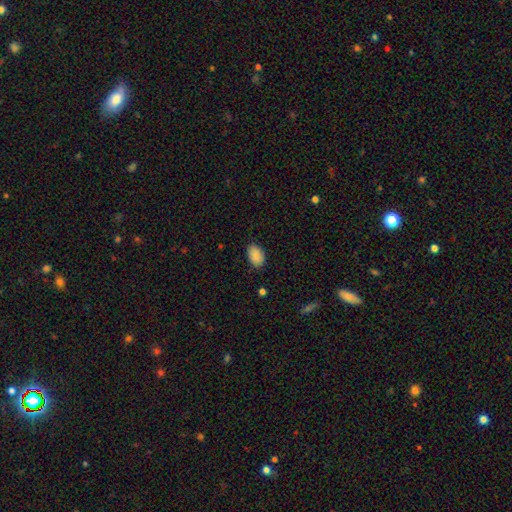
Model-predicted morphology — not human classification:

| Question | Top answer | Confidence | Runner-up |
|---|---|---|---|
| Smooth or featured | smooth | 88% | star or artifact (7%) |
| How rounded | in between | 87% | round (12%) |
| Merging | none | 83% | minor disturbance (14%) |